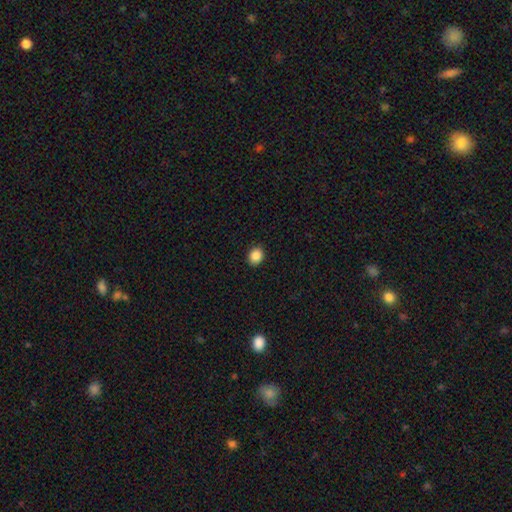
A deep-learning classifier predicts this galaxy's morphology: Smooth or featured: smooth — 88% (star or artifact — 9%)
How rounded: round — 59% (in between — 40%)
Merging: none — 91% (minor disturbance — 6%)